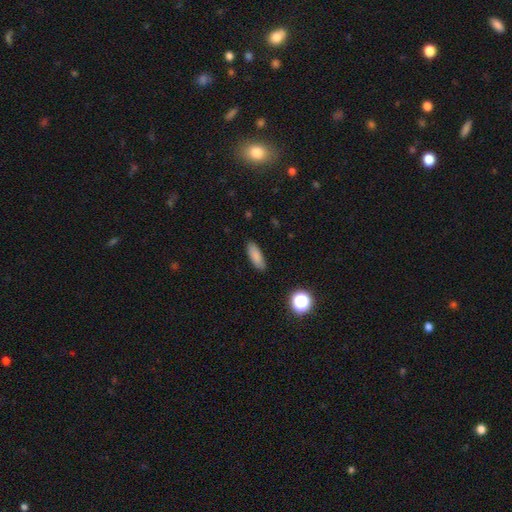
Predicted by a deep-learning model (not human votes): This appears to be a smooth galaxy with no disk features (85%) that is in between round and cigar-shaped (67%). Merging: none (88%).